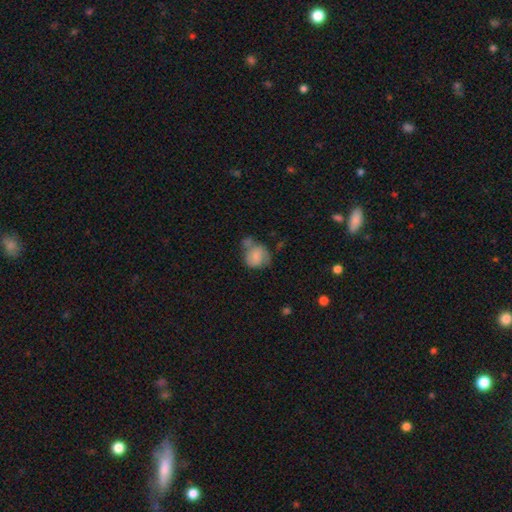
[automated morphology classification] Smooth or featured?
  - smooth: 67% *
  - featured or disk: 24%
  - star or artifact: 8%
How rounded?
  - round: 62% *
  - in between: 37%
  - cigar-shaped: 1%
Merging?
  - none: 31% *
  - merger: 28%
  - minor disturbance: 25%
  - major disturbance: 15%